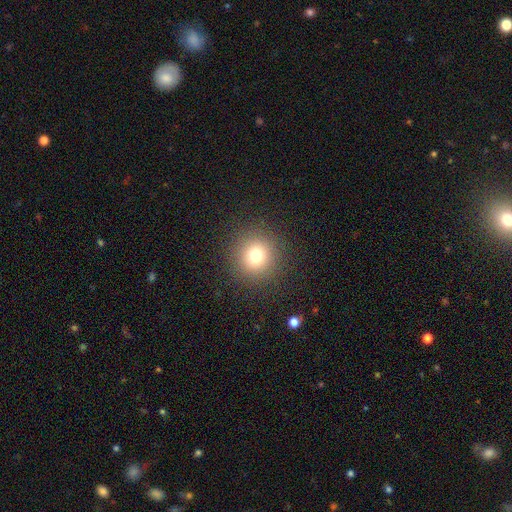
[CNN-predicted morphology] type=smooth (76%); roundness=round (94%); merging=none (90%).